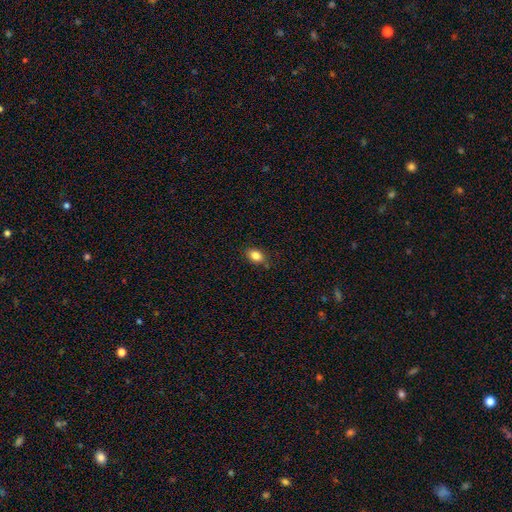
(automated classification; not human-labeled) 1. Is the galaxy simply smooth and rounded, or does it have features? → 83% smooth, 10% star or artifact, 7% featured or disk.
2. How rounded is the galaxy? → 78% in between, 20% round, 2% cigar-shaped.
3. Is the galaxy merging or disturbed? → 83% none, 13% minor disturbance, 3% major disturbance, 2% merger.